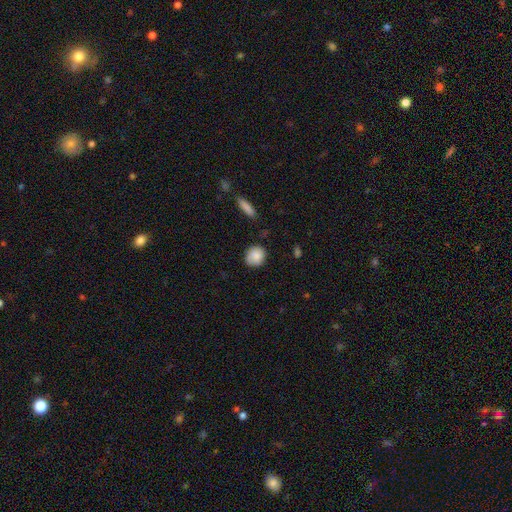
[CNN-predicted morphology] smooth_or_featured: smooth (p=0.86) [alt: star or artifact p=0.07]
how_rounded: round (p=0.75) [alt: in between p=0.23]
merging: none (p=0.78) [alt: minor disturbance p=0.17]